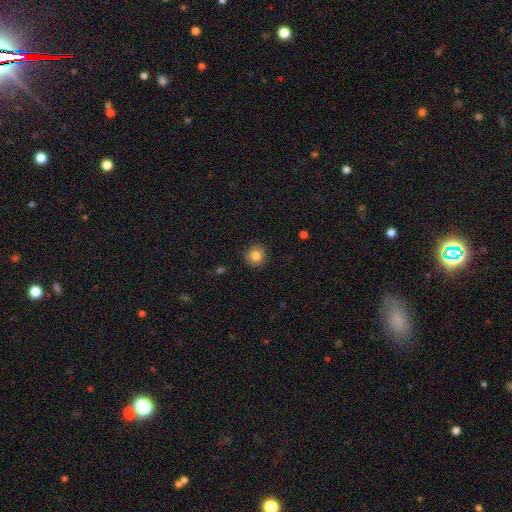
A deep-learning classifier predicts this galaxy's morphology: smooth-or-featured: smooth: 83% | star or artifact: 10% | featured or disk: 7%
  how-rounded: round: 91% | in between: 8% | cigar-shaped: 1%
  merging: none: 90% | minor disturbance: 7% | major disturbance: 2% | merger: 1%